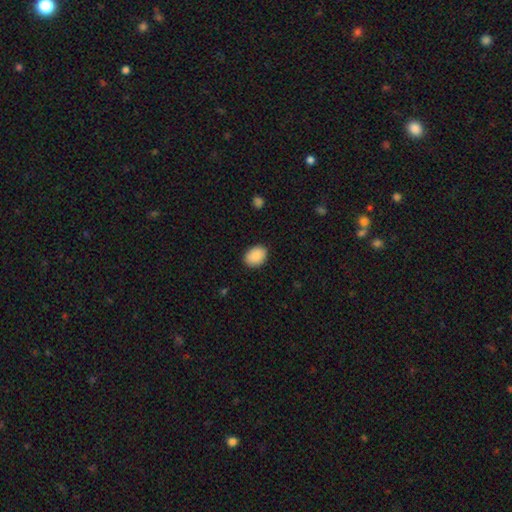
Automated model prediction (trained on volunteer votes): Smooth or featured?
  - smooth: 90% *
  - star or artifact: 7%
  - featured or disk: 3%
How rounded?
  - in between: 71% *
  - round: 28%
  - cigar-shaped: 1%
Merging?
  - none: 88% *
  - minor disturbance: 9%
  - major disturbance: 2%
  - merger: 1%